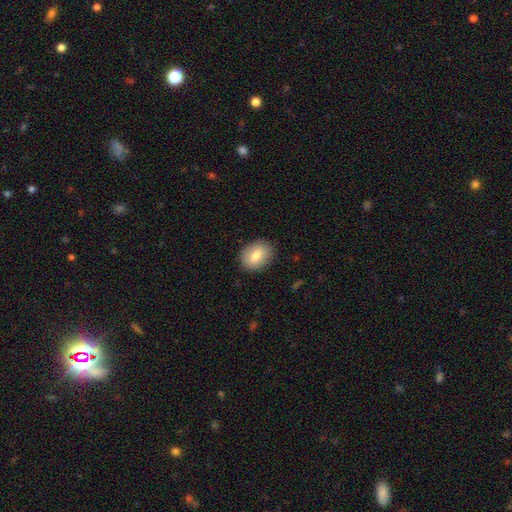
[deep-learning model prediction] This is likely a smooth galaxy (76%). How rounded: likely in between (71%). Merging: clearly none (86%).